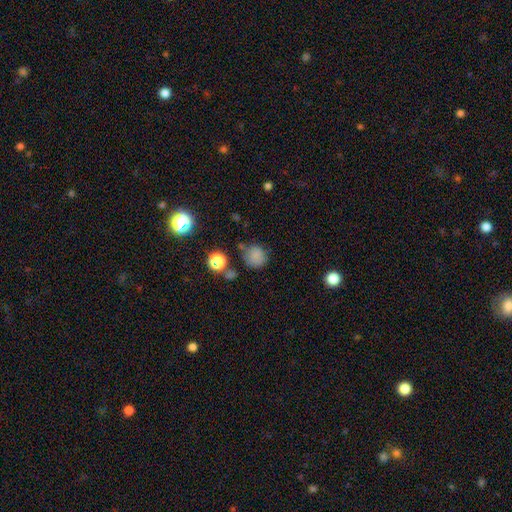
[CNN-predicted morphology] Overall: smooth (75%). How rounded: round (87%). Merging: none (69%).